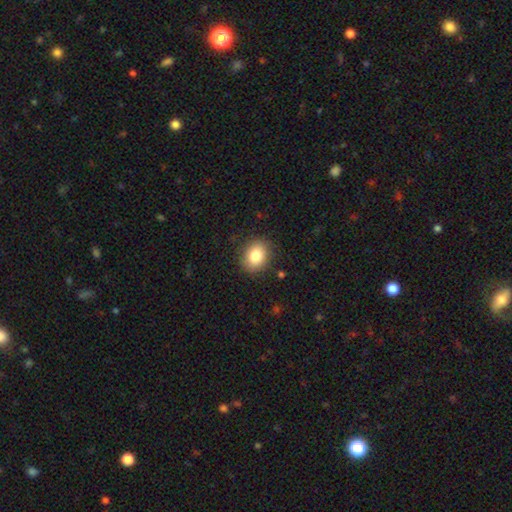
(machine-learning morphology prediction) A smooth galaxy with no disk features (83%) that is in between round and cigar-shaped (51%).

Vote fractions:
- Smooth or featured? smooth: 83% / star or artifact: 9% / featured or disk: 8%
- How rounded? in between: 51% / round: 48% / cigar-shaped: 1%
- Merging? none: 86% / minor disturbance: 10% / major disturbance: 3% / merger: 1%